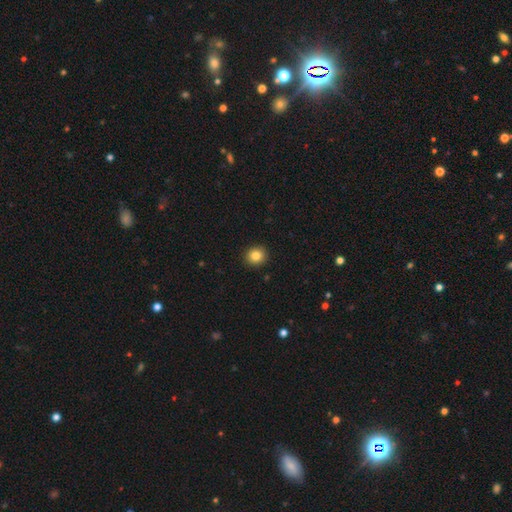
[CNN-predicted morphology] This is clearly a smooth galaxy (84%). How rounded: clearly round (86%). Merging: clearly none (92%).